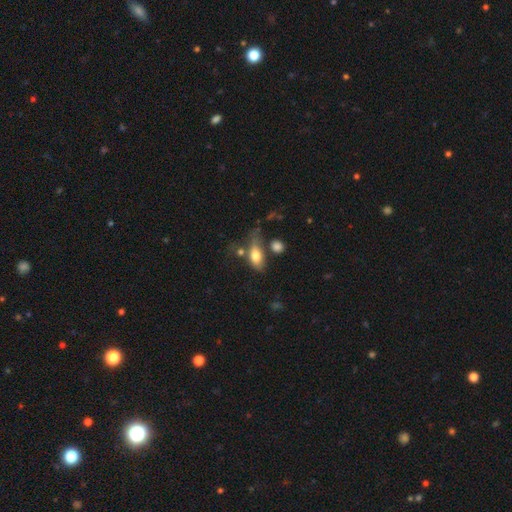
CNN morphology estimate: type=smooth (73%); roundness=in between (82%); merging=none (38%).